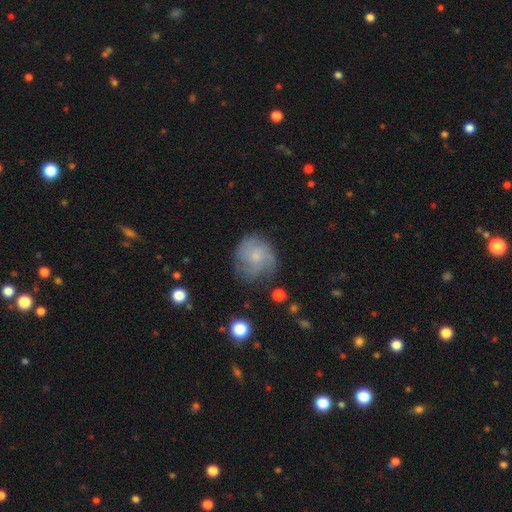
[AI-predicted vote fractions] Smooth or featured? Predicted: featured or disk (p=0.61). Edge-on disk? Predicted: no (p=0.98). Bar? Predicted: no (p=0.77). Spiral arms? Predicted: yes (p=0.88). Spiral winding? Predicted: medium (p=0.42). Spiral arm count? Predicted: can't tell (p=0.30). Bulge size? Predicted: small (p=0.64). Merging? Predicted: none (p=0.67).